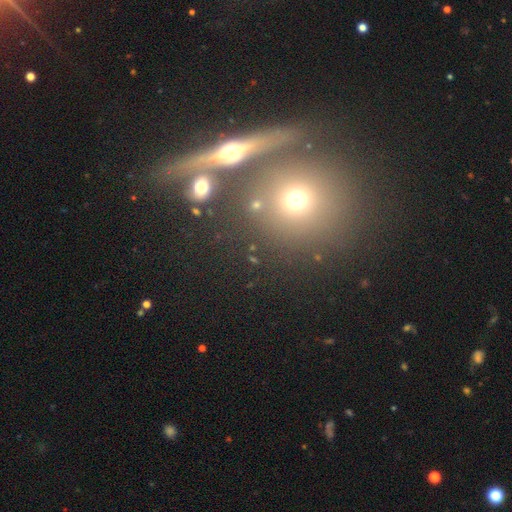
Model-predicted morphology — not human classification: Smooth or featured: smooth — 39% (featured or disk — 34%)
Merging: none — 68% (merger — 19%)